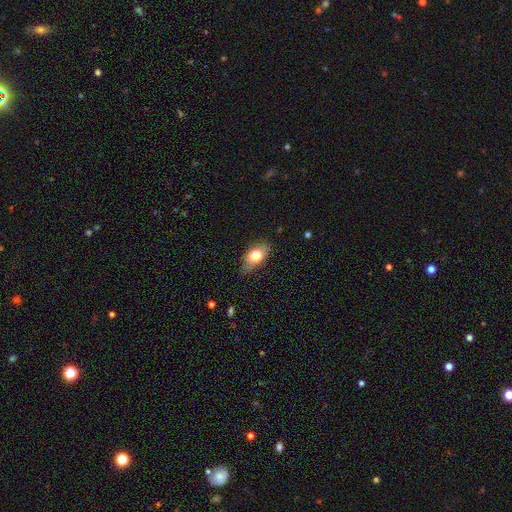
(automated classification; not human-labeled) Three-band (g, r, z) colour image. It shows a smooth galaxy with no disk features (73%) that is in between round and cigar-shaped (86%). Merging: none (73%).